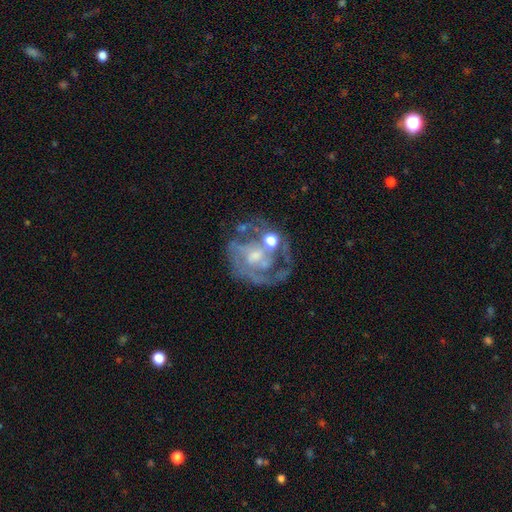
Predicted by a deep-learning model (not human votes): featured or disk 77%, smooth 14%, star or artifact 10%. Down the decision tree: edge-on disk — no (98%); bar — no (63%); spiral arms — yes (72%); spiral arm count — can't tell (36%); spiral winding — tight (45%); bulge size — moderate (42%); merging — none (45%).